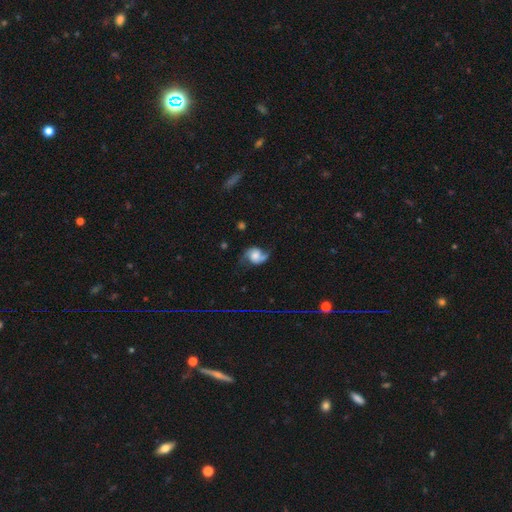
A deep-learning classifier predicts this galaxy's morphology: smooth-or-featured: featured or disk: 72% | smooth: 19% | star or artifact: 9%
  disk-edge-on: no: 97% | yes: 3%
    bar: no: 65% | weak: 28% | strong: 7%
    has-spiral-arms: yes: 94% | no: 6%
      spiral-winding: loose: 51% | medium: 36% | tight: 13%
      spiral-arm-count: 2: 86% | 1: 7% | can't tell: 4% | 3: 1% | 4: 1% | more than 4: 1%
    bulge-size: moderate: 30% | large: 25% | small: 21% | none: 16% | dominant: 7%
  merging: none: 60% | minor disturbance: 23% | major disturbance: 14% | merger: 3%